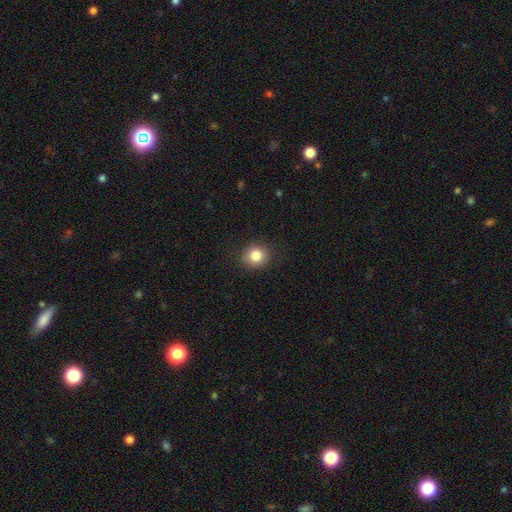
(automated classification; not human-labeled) Smooth or featured: smooth — 83% (star or artifact — 11%)
How rounded: round — 84% (in between — 15%)
Merging: none — 88% (minor disturbance — 8%)